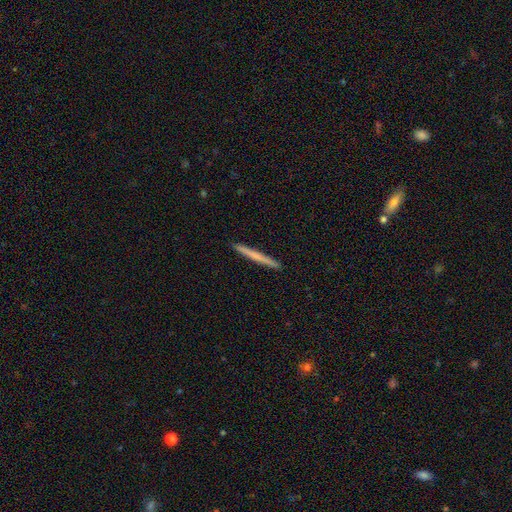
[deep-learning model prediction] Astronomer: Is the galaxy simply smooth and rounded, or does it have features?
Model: smooth — 59% (runner-up: featured or disk, 36%).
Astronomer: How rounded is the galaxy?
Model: cigar-shaped — 97%.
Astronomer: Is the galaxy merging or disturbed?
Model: none — 93%.